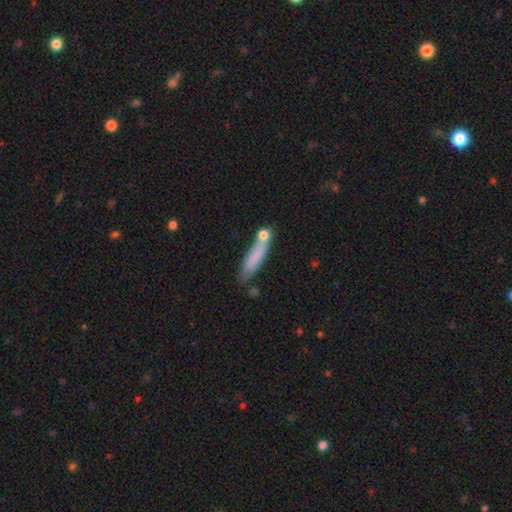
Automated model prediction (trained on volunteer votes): Morphology: type=smooth (74%); roundness=cigar-shaped (80%); merging=none (60%).